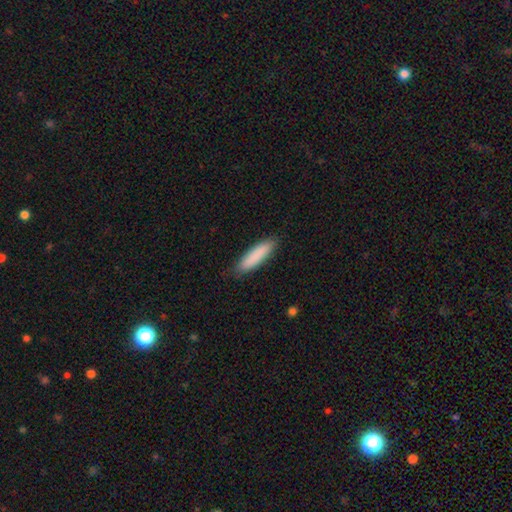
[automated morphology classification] Smooth or featured? smooth (88%)
How rounded? cigar-shaped (72%)
Merging? none (87%)